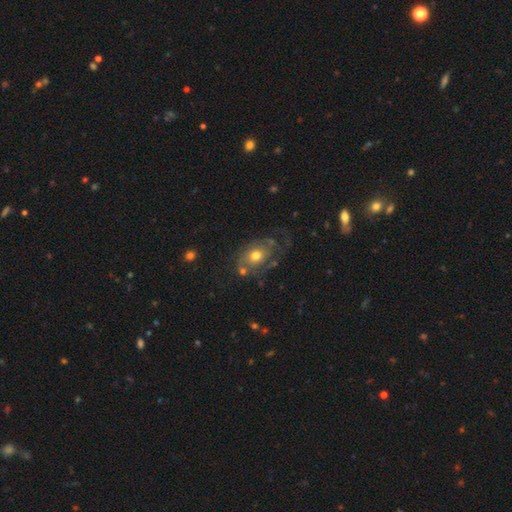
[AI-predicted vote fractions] A featured or disk galaxy (53%). Merging: none (45%).